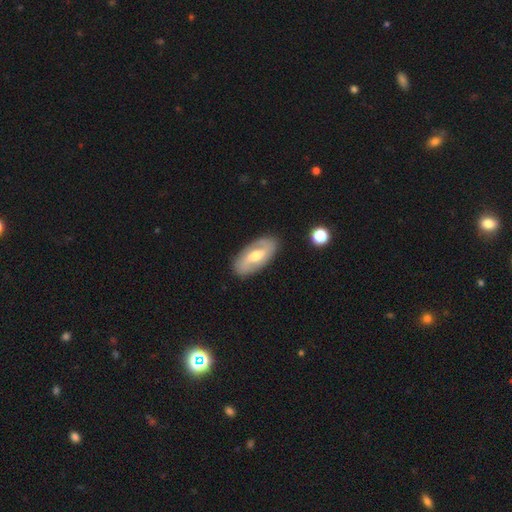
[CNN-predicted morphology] This appears to be a featured or disk galaxy (64%) with a weak bar (49%), spiral arms (72%) and a moderate central bulge (67%). Merging: none (86%).